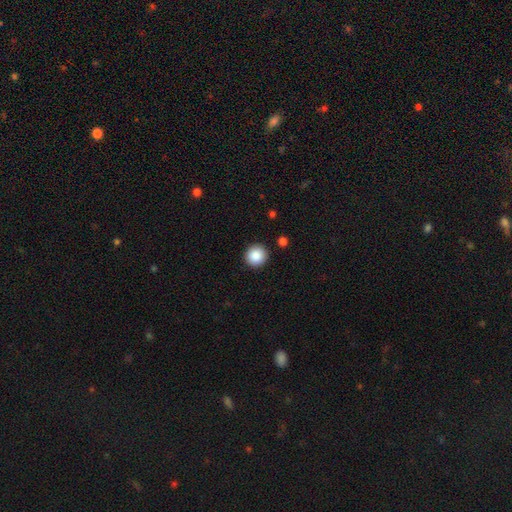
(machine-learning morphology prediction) Smooth or featured: smooth — 88% (star or artifact — 9%)
How rounded: round — 93% (in between — 6%)
Merging: none — 91% (minor disturbance — 5%)